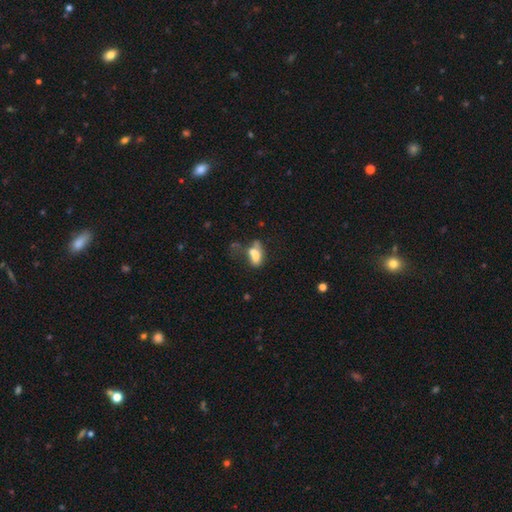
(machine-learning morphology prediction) This appears to be a smooth galaxy with no disk features (66%) that is in between round and cigar-shaped (84%). Merging: merger (35%).